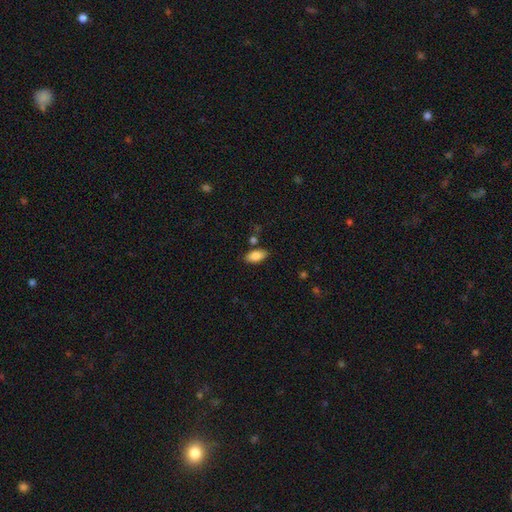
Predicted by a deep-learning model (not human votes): smooth_or_featured: smooth (p=0.84) [alt: featured or disk p=0.09]
how_rounded: in between (p=0.90) [alt: cigar-shaped p=0.07]
merging: none (p=0.80) [alt: minor disturbance p=0.12]